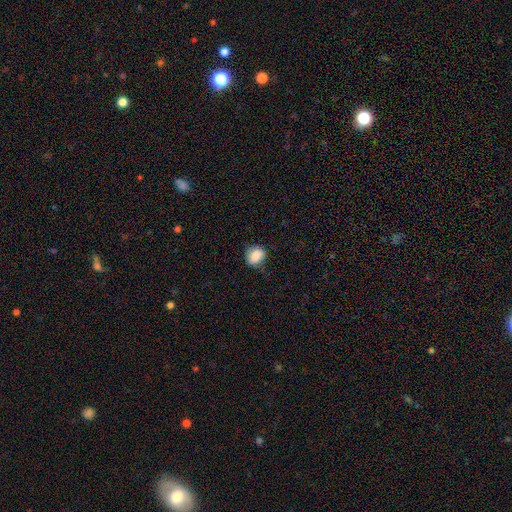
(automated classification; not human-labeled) This is clearly a smooth galaxy (83%). How rounded: likely round (68%). Merging: likely none (70%).